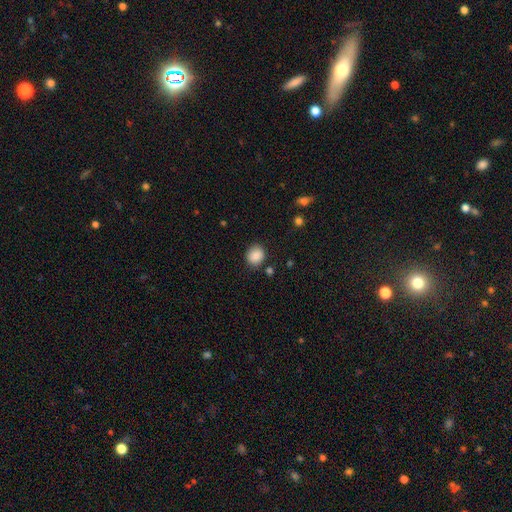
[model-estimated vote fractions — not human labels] The model was most divided on "how rounded": round: 72%, in between: 27%, cigar-shaped: 1%. More confident: smooth or featured — smooth (87%); merging — none (84%).